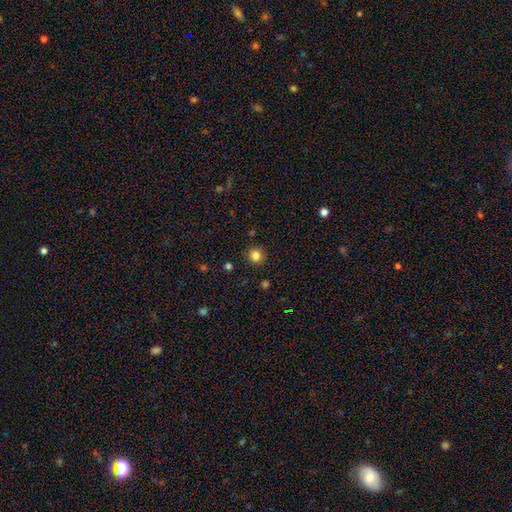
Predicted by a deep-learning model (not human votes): Smooth or featured? Predicted: smooth (p=0.83). How rounded? Predicted: round (p=0.93). Merging? Predicted: none (p=0.91).